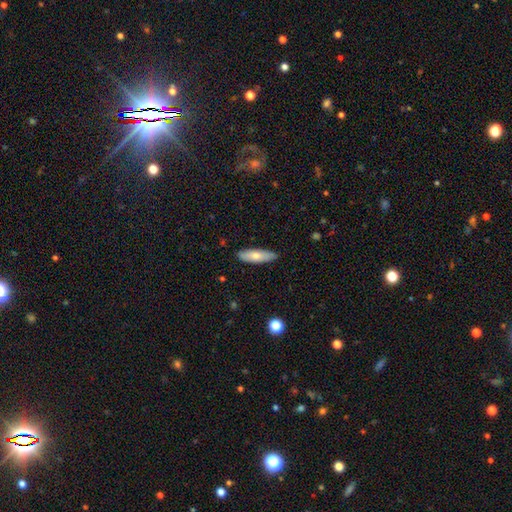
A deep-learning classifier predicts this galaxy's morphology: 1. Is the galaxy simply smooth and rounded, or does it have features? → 70% smooth, 24% featured or disk, 6% star or artifact.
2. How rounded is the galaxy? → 55% cigar-shaped, 43% in between, 2% round.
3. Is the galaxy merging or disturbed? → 85% none, 12% minor disturbance, 2% major disturbance, 1% merger.